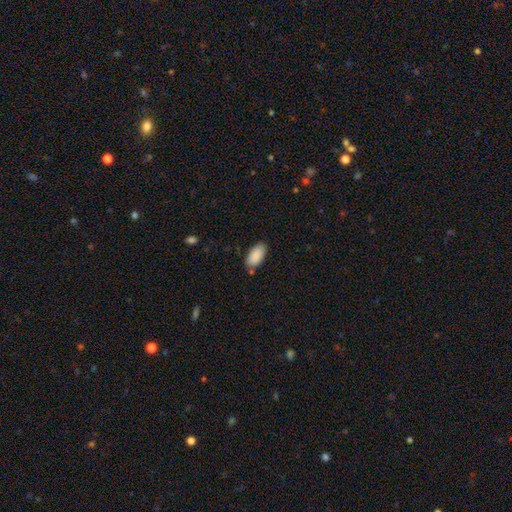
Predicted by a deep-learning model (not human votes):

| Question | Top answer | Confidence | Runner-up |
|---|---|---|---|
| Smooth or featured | smooth | 90% | star or artifact (6%) |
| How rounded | in between | 93% | cigar-shaped (5%) |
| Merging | none | 79% | minor disturbance (14%) |